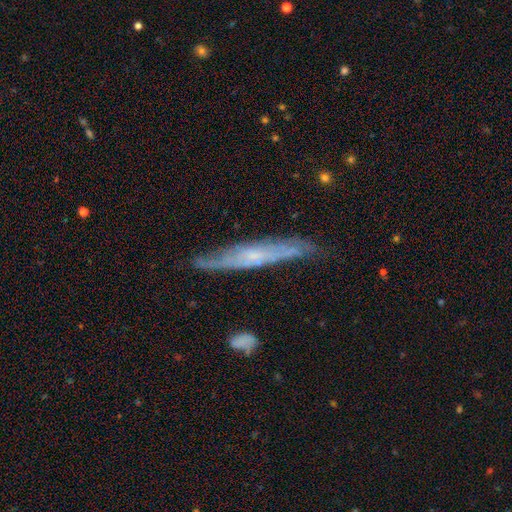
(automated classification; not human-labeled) featured or disk 68%, smooth 25%, star or artifact 7%. Down the decision tree: edge-on disk — yes (70%); merging — none (76%).